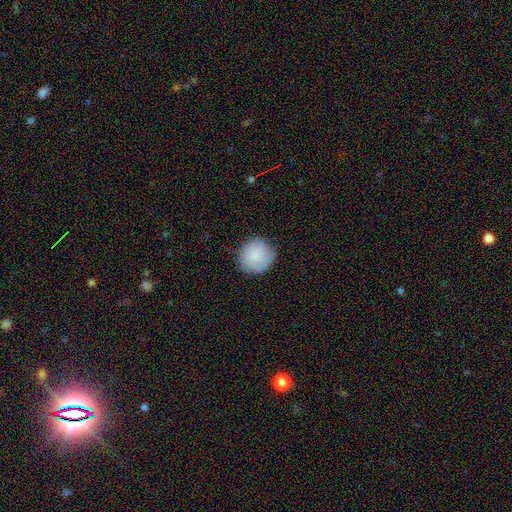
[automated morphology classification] A smooth galaxy with no disk features (77%) that is round (90%).

Vote fractions:
- Smooth or featured? smooth: 77% / featured or disk: 16% / star or artifact: 7%
- How rounded? round: 90% / in between: 9% / cigar-shaped: 1%
- Merging? none: 74% / minor disturbance: 21% / major disturbance: 4% / merger: 1%